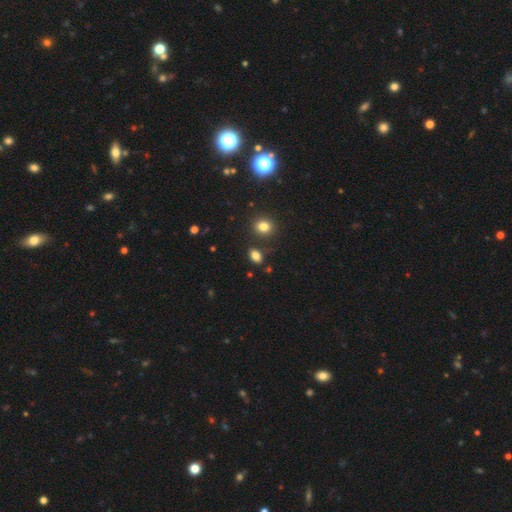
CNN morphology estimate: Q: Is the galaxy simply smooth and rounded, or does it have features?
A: smooth — 83%.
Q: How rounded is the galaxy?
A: in between — 82%.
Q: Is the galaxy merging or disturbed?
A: none — 81%.